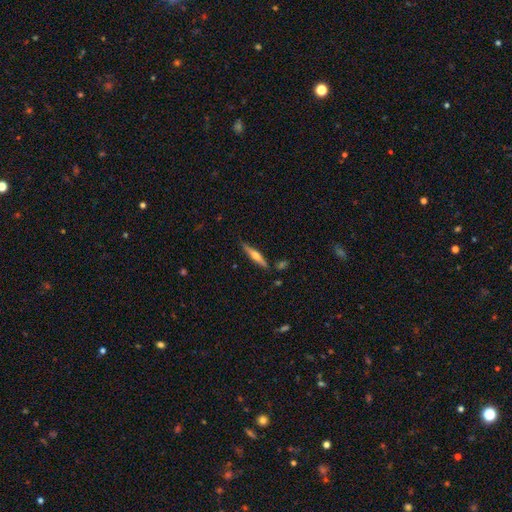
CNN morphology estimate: type=featured or disk (57%); edge-on=yes (96%); edge-on bulge=rounded (89%); merging=none (84%).